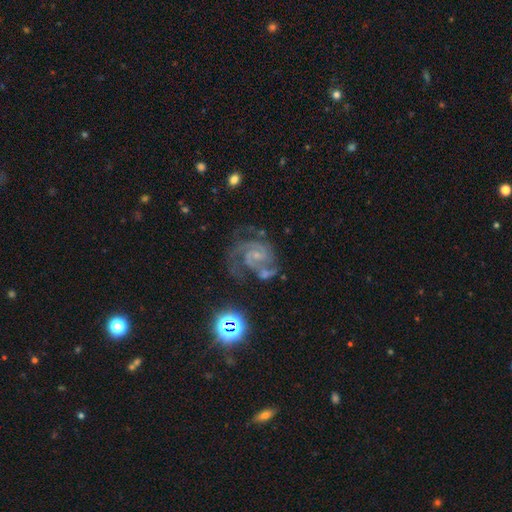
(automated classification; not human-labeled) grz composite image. It shows a featured or disk galaxy (87%) with no bar (56%), 2 (52%) medium (47%) spiral arms (98%) and a small central bulge (73%). Merging: none (50%).